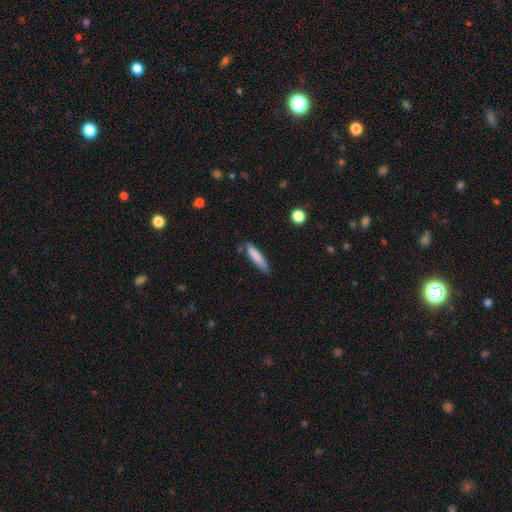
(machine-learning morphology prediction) Overall: smooth (82%). How rounded: cigar-shaped (82%). Merging: none (73%).